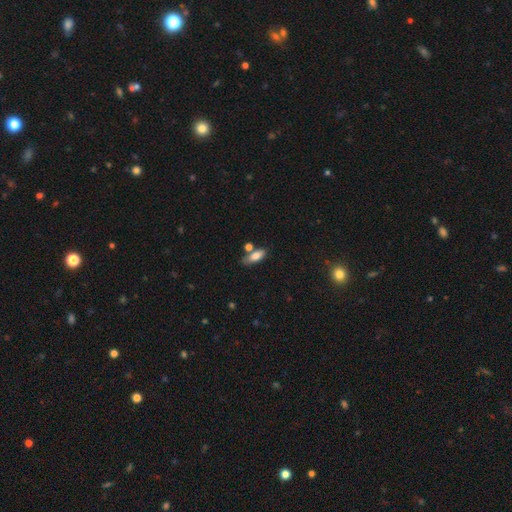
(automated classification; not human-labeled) Q: Smooth or featured?
A: smooth (77%); runner-up: featured or disk (16%)
Q: How rounded?
A: in between (72%); runner-up: cigar-shaped (25%)
Q: Merging?
A: none (62%); runner-up: merger (17%)